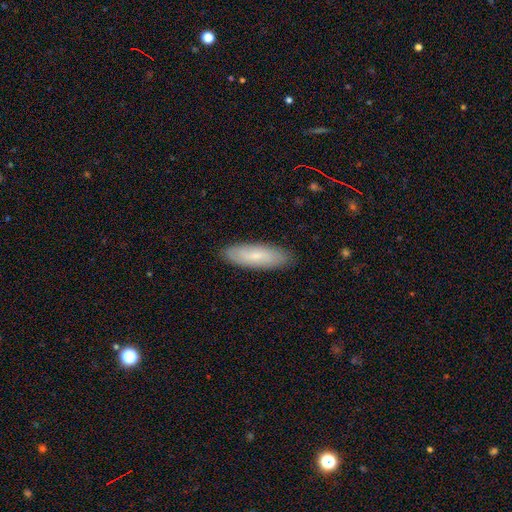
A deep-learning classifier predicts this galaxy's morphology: This is likely a smooth galaxy (71%). How rounded: possibly in between (50%). Merging: clearly none (88%).